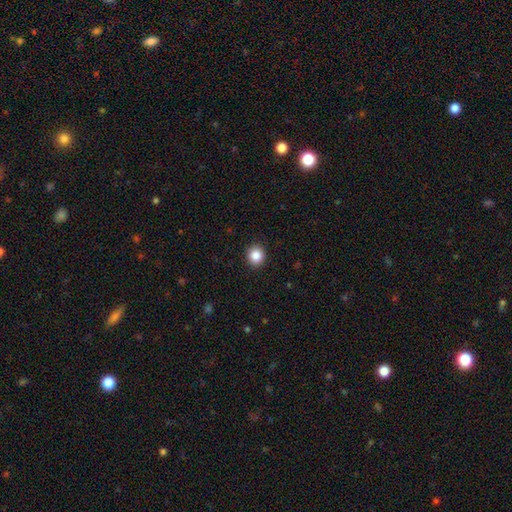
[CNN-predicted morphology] A smooth galaxy with no disk features (86%) that is round (87%).

Vote fractions:
- Smooth or featured? smooth: 86% / star or artifact: 10% / featured or disk: 4%
- How rounded? round: 87% / in between: 12% / cigar-shaped: 1%
- Merging? none: 92% / minor disturbance: 5% / major disturbance: 2% / merger: 1%